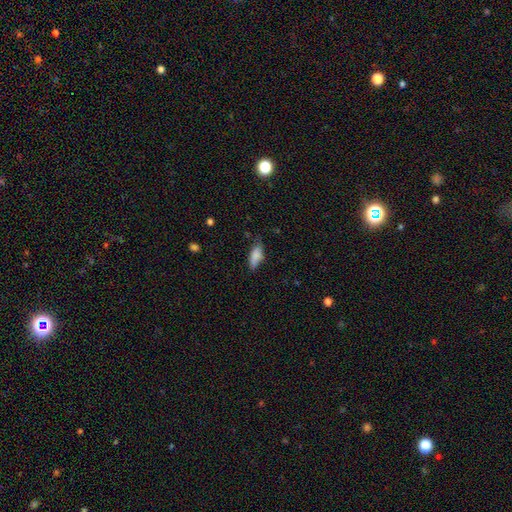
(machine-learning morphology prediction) Smooth or featured: smooth — 80% (featured or disk — 13%)
How rounded: in between — 69% (cigar-shaped — 29%)
Merging: none — 60% (minor disturbance — 30%)